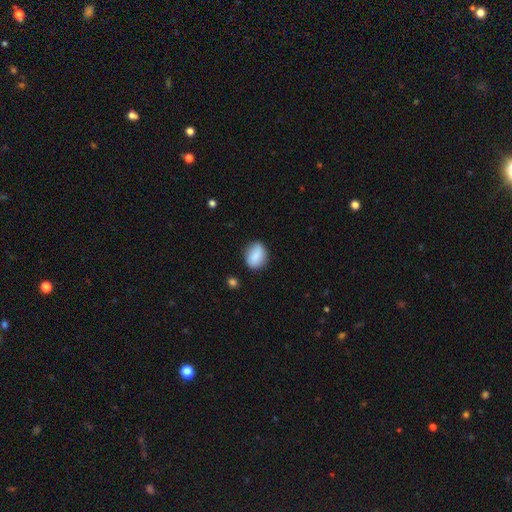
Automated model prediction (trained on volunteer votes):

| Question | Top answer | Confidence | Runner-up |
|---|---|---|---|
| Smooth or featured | smooth | 85% | featured or disk (8%) |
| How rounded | in between | 60% | round (39%) |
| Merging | none | 80% | minor disturbance (15%) |